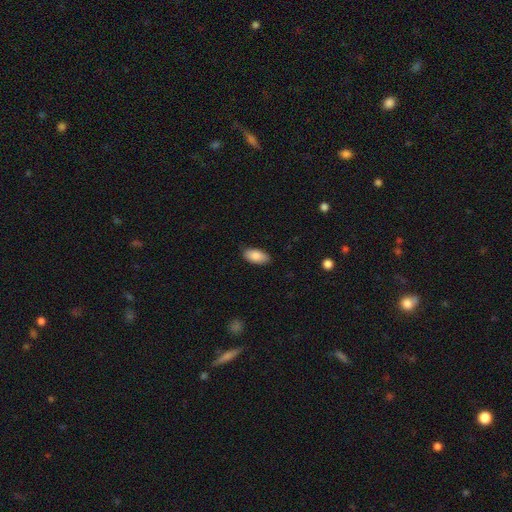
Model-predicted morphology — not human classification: smooth-or-featured: smooth: 87% | star or artifact: 6% | featured or disk: 6%
  how-rounded: in between: 93% | cigar-shaped: 5% | round: 2%
  merging: none: 86% | minor disturbance: 11% | major disturbance: 2% | merger: 1%